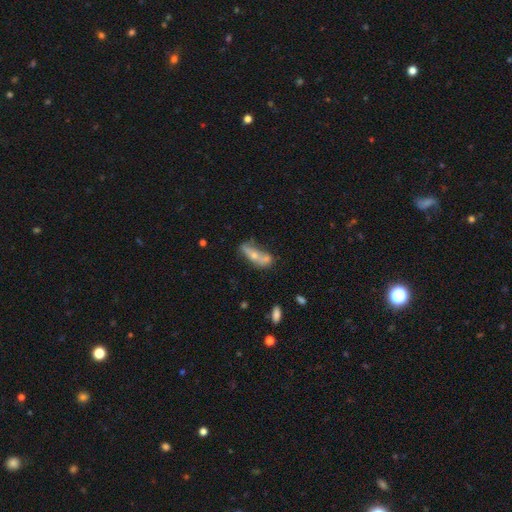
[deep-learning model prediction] Q: Smooth or featured?
A: smooth (46%); tied with: featured or disk (46%)
Q: Merging?
A: none (40%); runner-up: merger (24%)